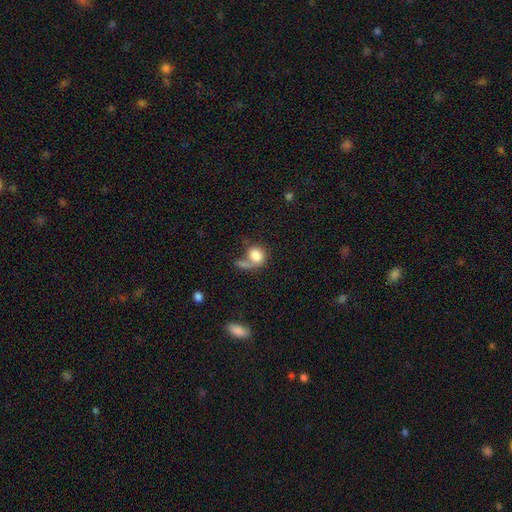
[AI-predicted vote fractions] Overall: smooth (80%). How rounded: round (53%; in between 45%). Merging: merger (37%; none 32%).